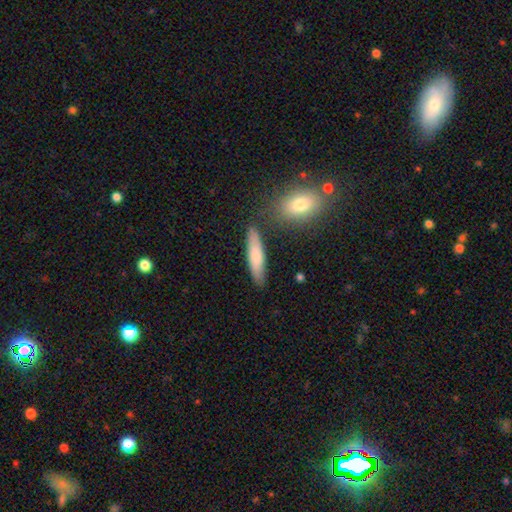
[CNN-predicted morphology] A smooth galaxy with no disk features (74%) that is cigar-shaped (78%).

Vote fractions:
- Smooth or featured? smooth: 74% / featured or disk: 20% / star or artifact: 6%
- How rounded? cigar-shaped: 78% / in between: 20% / round: 2%
- Merging? none: 80% / minor disturbance: 12% / merger: 6% / major disturbance: 3%